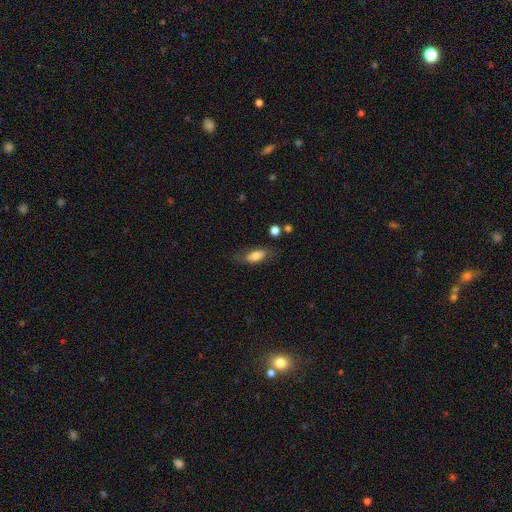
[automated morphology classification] The model was most divided on "smooth or featured": smooth: 69%, featured or disk: 23%, star or artifact: 8%. More confident: how rounded — in between (80%); merging — none (68%).